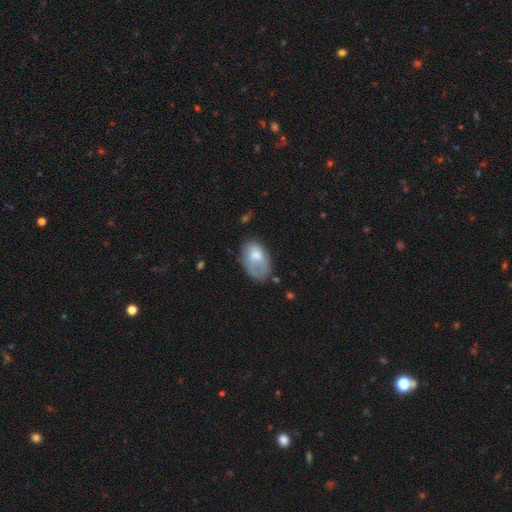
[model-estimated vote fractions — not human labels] Smooth or featured: smooth — 67% (featured or disk — 26%)
How rounded: in between — 90% (round — 8%)
Merging: none — 45% (minor disturbance — 33%)